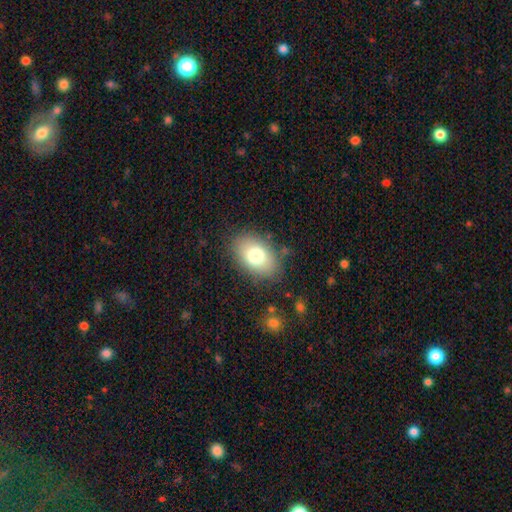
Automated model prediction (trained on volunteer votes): smooth_or_featured: smooth (p=0.76) [alt: featured or disk p=0.15]
how_rounded: in between (p=0.85) [alt: round p=0.14]
merging: none (p=0.81) [alt: minor disturbance p=0.13]